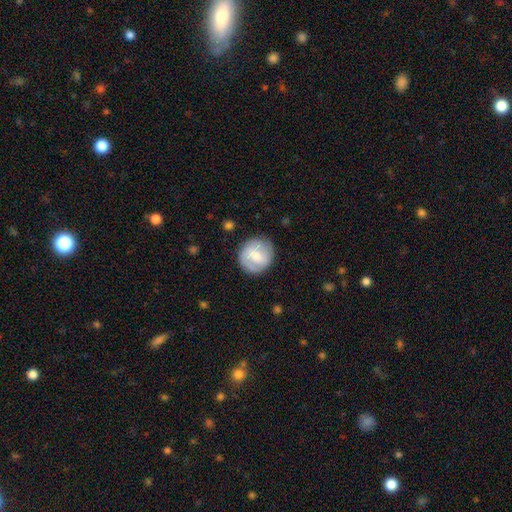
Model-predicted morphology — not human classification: This appears to be a smooth galaxy with no disk features (48%). Merging: none (84%).